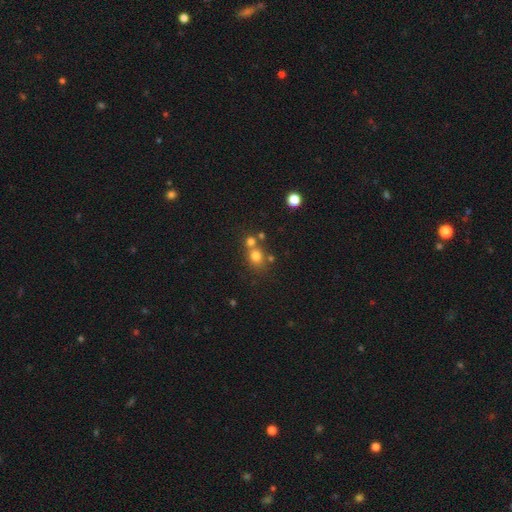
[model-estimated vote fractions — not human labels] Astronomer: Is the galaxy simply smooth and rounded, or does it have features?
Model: smooth — 73%.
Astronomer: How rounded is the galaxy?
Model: round — 77%.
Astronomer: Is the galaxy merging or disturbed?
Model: none — 51% (runner-up: merger, 36%).